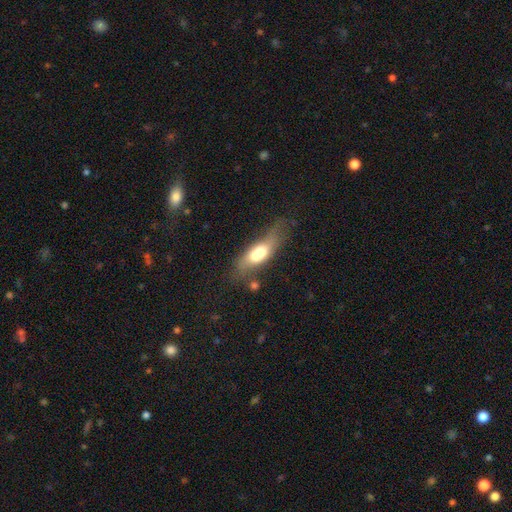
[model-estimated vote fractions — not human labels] A smooth galaxy with no disk features (56%) that is in between round and cigar-shaped (60%). Merging: none (43%).